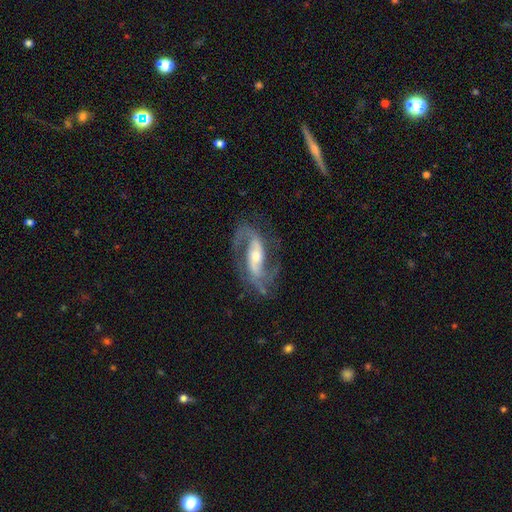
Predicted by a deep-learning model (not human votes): Morphology: type=featured or disk (82%); edge-on=no (88%); bar=strong (41%); spiral arms=yes (93%); winding=medium (45%); arm count=2 (86%); bulge=moderate (57%); merging=none (78%).